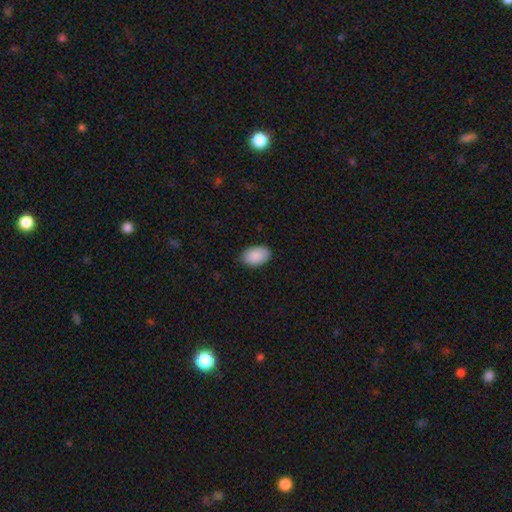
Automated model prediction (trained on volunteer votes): smooth-or-featured: smooth: 90% | star or artifact: 6% | featured or disk: 3%
  how-rounded: in between: 92% | round: 7% | cigar-shaped: 1%
  merging: none: 84% | minor disturbance: 13% | major disturbance: 2% | merger: 1%